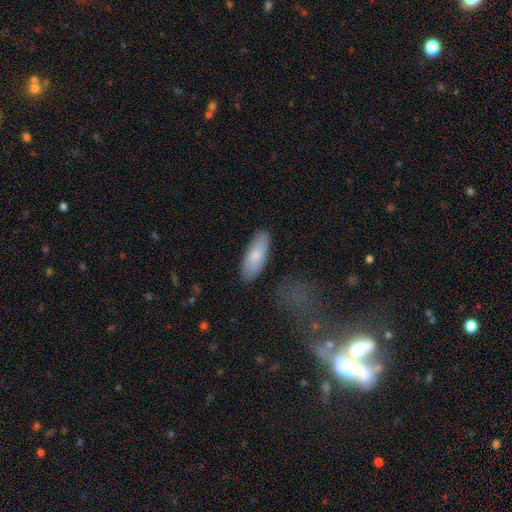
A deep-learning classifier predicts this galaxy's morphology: Smooth or featured? smooth (78%)
How rounded? in between (74%)
Merging? none (84%)